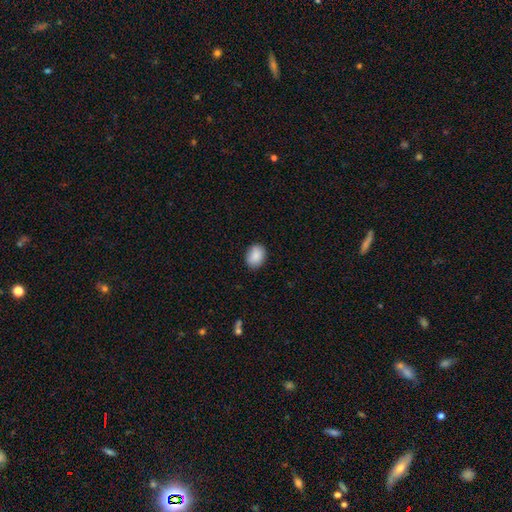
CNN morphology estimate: A smooth galaxy with no disk features (89%) that is in between round and cigar-shaped (71%).

Vote fractions:
- Smooth or featured? smooth: 89% / star or artifact: 7% / featured or disk: 4%
- How rounded? in between: 71% / round: 28% / cigar-shaped: 1%
- Merging? none: 87% / minor disturbance: 10% / major disturbance: 2% / merger: 1%